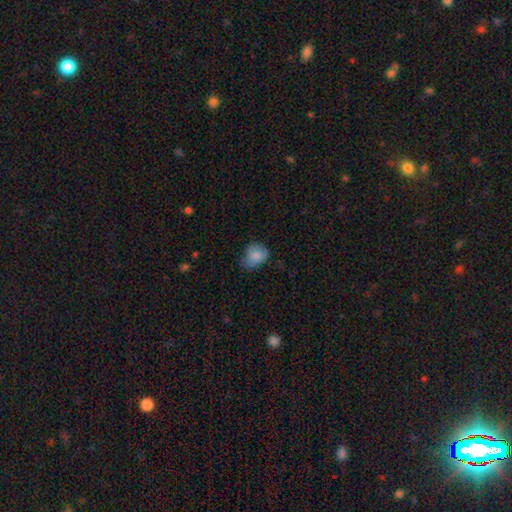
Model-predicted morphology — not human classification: smooth 82%, featured or disk 9%, star or artifact 8%. Down the decision tree: how rounded — in between (53%); merging — none (50%).